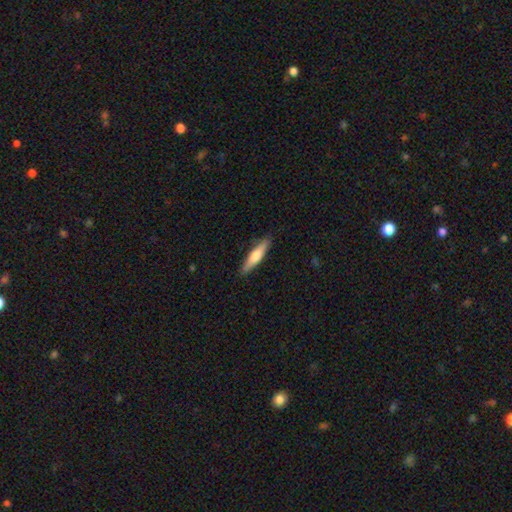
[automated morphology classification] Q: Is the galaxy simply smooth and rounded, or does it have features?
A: smooth — 56%.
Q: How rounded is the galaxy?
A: cigar-shaped — 82%.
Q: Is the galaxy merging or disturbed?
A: none — 90%.